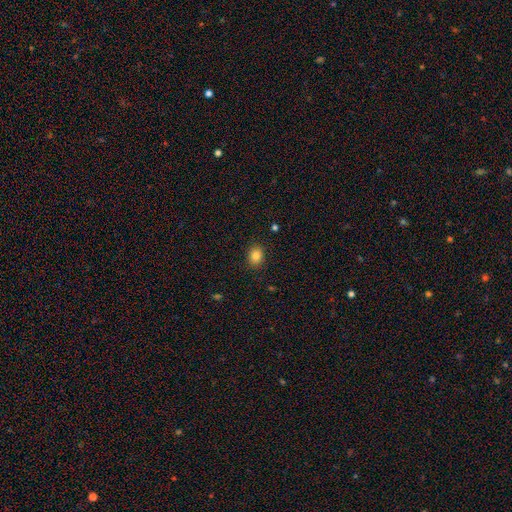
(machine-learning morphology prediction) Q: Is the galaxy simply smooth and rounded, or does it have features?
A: smooth — 84%.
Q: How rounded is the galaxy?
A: round — 51%.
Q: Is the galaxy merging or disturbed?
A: none — 87%.